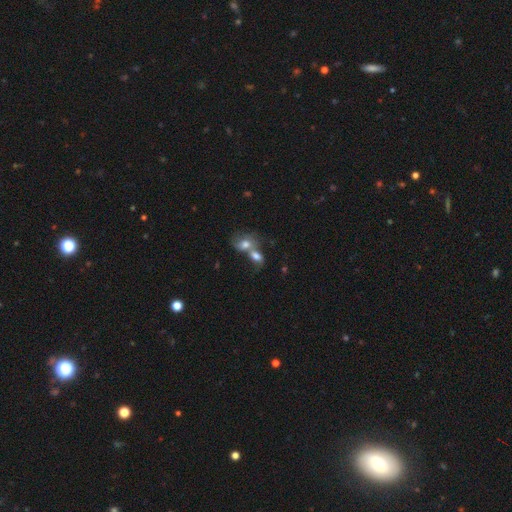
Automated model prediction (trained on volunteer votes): Smooth or featured?
  - smooth: 66% *
  - featured or disk: 22%
  - star or artifact: 12%
How rounded?
  - in between: 67% *
  - round: 30%
  - cigar-shaped: 3%
Merging?
  - merger: 75% *
  - none: 14%
  - minor disturbance: 6%
  - major disturbance: 5%